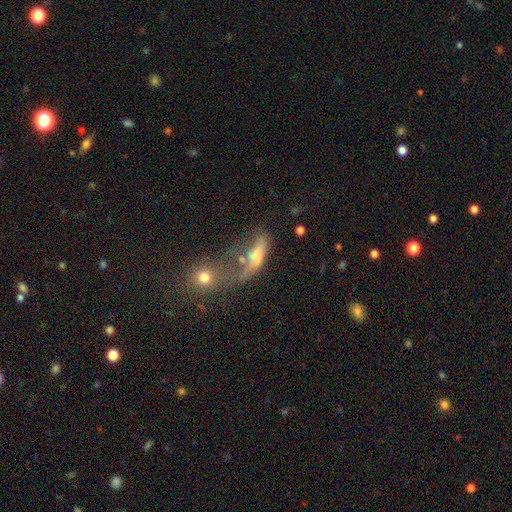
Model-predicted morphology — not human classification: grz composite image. It shows a smooth galaxy with no disk features (52%) that is in between round and cigar-shaped (60%). Merging: merger (44%).